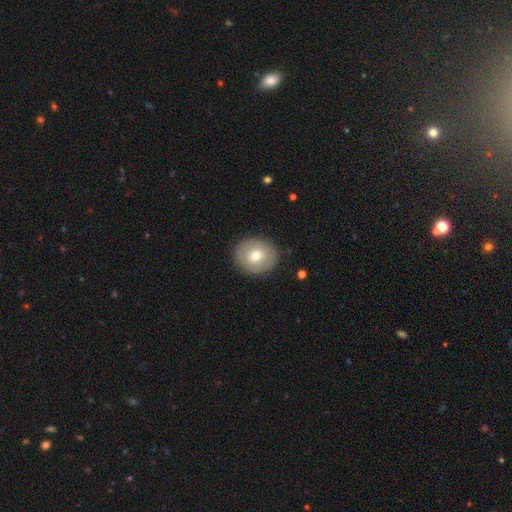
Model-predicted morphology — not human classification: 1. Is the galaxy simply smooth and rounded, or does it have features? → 69% smooth, 23% featured or disk, 7% star or artifact.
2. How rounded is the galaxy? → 76% round, 23% in between, 1% cigar-shaped.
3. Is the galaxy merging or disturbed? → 87% none, 9% minor disturbance, 3% major disturbance, 1% merger.